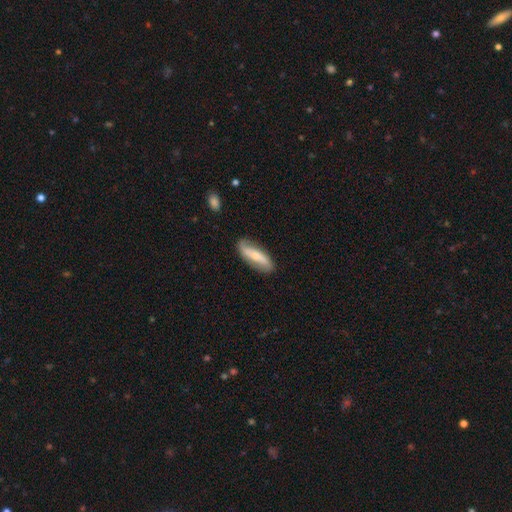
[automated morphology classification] Smooth or featured? featured or disk (57%)
Edge-on disk? no (80%)
Merging? none (79%)